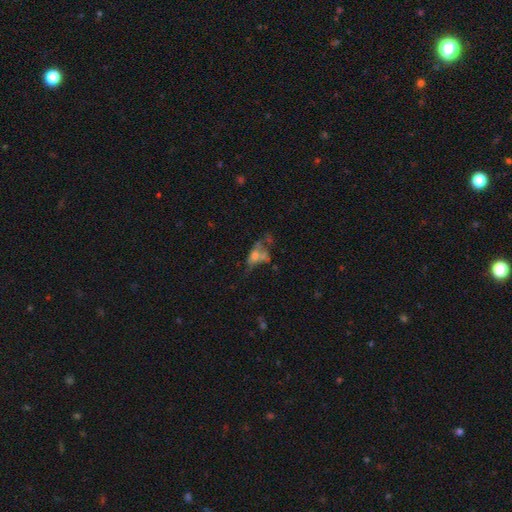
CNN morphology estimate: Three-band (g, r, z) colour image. It shows a smooth galaxy with no disk features (43%). Merging: major disturbance (32%).